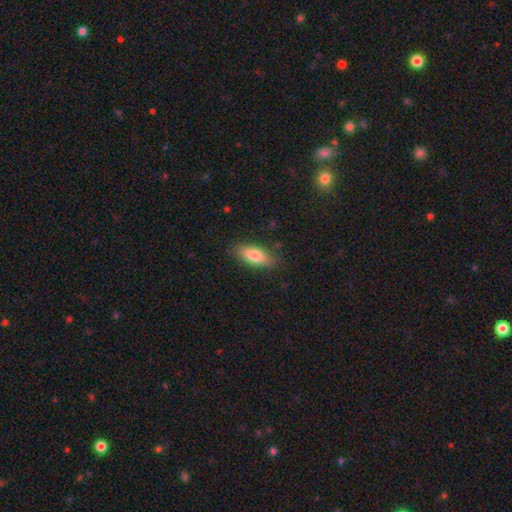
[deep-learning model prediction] This is likely a smooth galaxy (78%). How rounded: likely in between (72%). Merging: clearly none (83%).